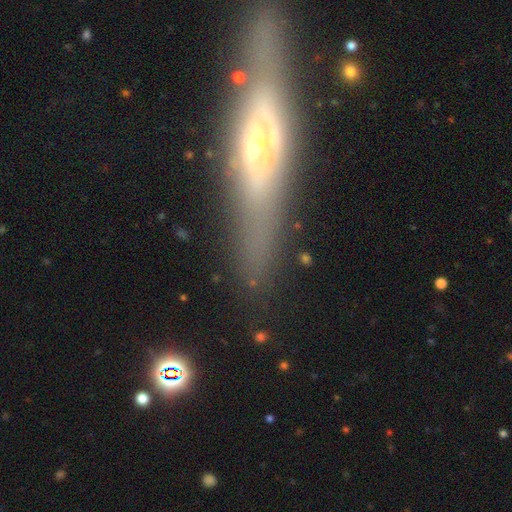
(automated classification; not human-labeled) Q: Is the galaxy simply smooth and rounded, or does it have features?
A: featured or disk — 61%.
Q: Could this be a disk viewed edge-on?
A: yes — 71%.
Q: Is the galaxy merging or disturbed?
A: none — 78%.